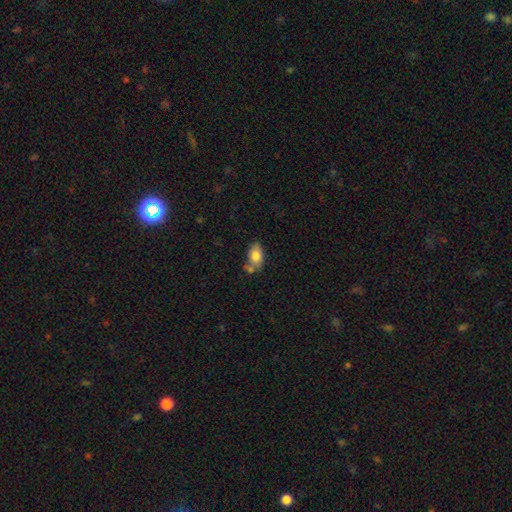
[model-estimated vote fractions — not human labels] This is likely a smooth galaxy (80%). How rounded: clearly in between (88%). Merging: possibly none (57%).